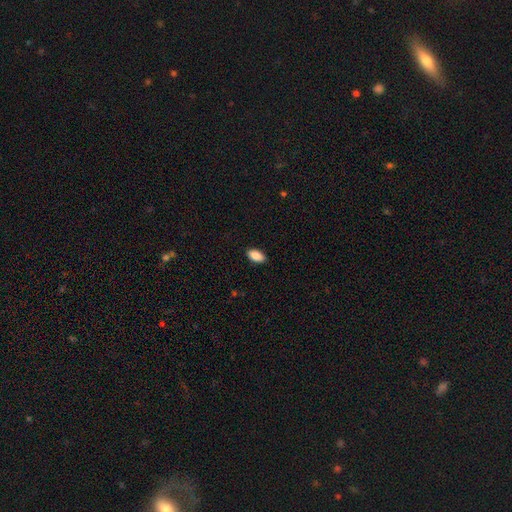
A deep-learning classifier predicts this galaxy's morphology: This appears to be a smooth galaxy with no disk features (87%) that is in between round and cigar-shaped (93%). Merging: none (89%).